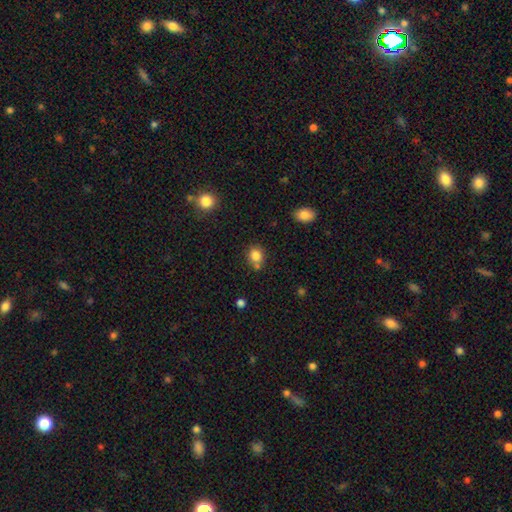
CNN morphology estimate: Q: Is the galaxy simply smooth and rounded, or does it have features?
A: smooth — 82%.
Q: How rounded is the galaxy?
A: round — 72%.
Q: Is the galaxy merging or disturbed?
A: none — 61%.